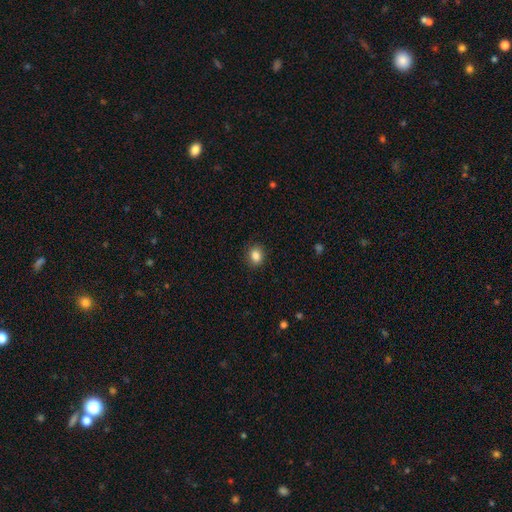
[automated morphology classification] Smooth or featured?
  - smooth: 86% *
  - star or artifact: 10%
  - featured or disk: 4%
How rounded?
  - round: 60% *
  - in between: 39%
  - cigar-shaped: 1%
Merging?
  - none: 89% *
  - minor disturbance: 8%
  - major disturbance: 2%
  - merger: 1%